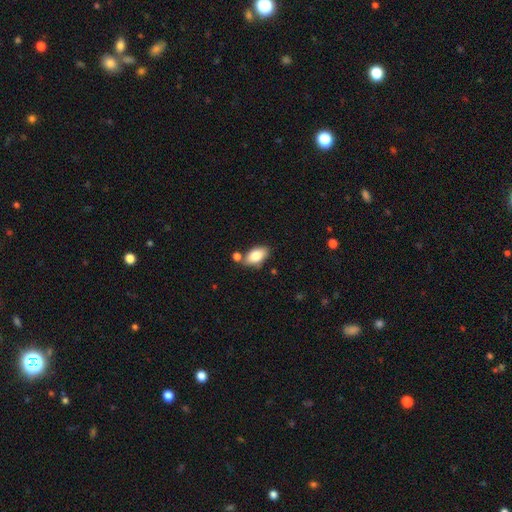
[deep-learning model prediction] Smooth or featured? Predicted: smooth (p=0.82). How rounded? Predicted: in between (p=0.93). Merging? Predicted: none (p=0.68).